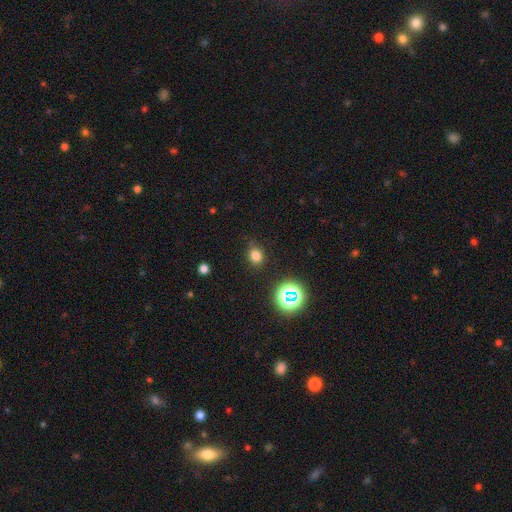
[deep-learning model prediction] smooth 75%, star or artifact 19%, featured or disk 6%. Down the decision tree: how rounded — round (64%); merging — none (79%).